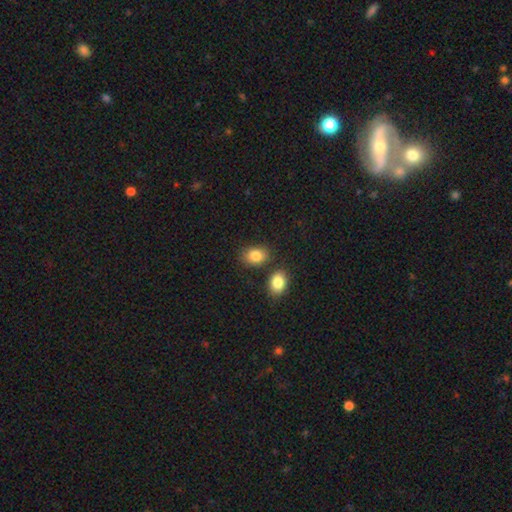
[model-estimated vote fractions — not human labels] Smooth or featured? smooth (86%)
How rounded? in between (71%)
Merging? none (73%)